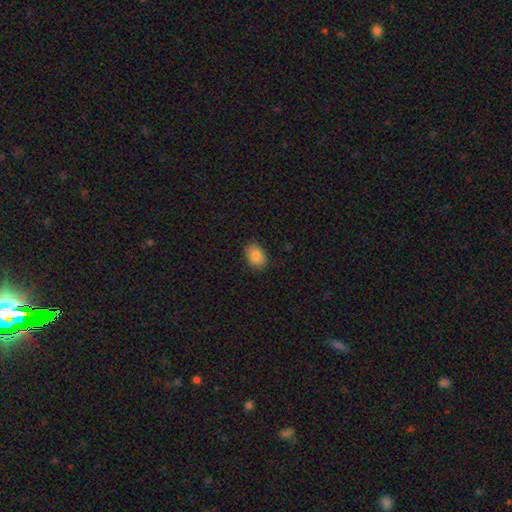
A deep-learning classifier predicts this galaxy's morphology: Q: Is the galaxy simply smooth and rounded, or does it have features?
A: smooth — 85%.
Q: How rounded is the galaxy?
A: in between — 81%.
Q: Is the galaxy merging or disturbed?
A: none — 87%.